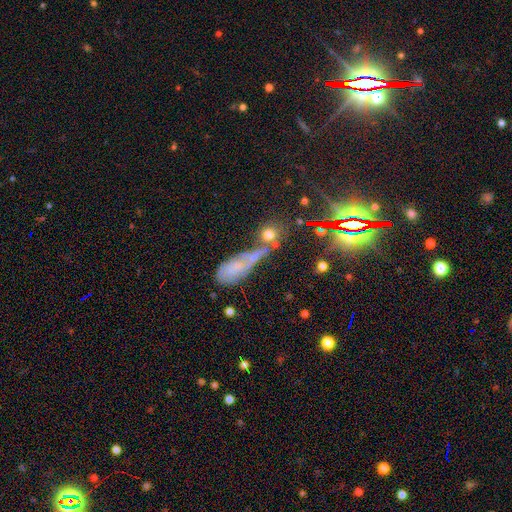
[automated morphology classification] This is possibly a star or artifact rather than a galaxy (49%).